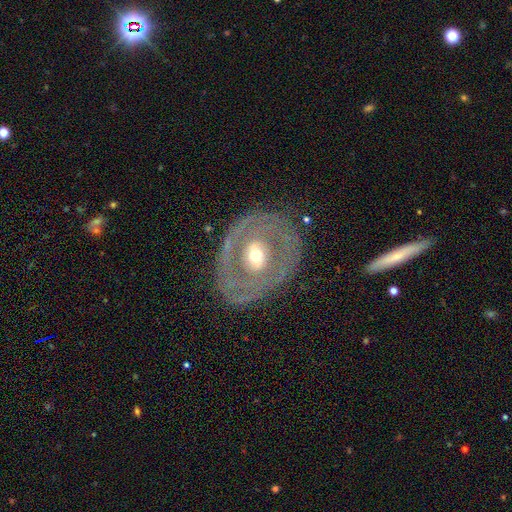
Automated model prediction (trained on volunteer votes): This appears to be a featured or disk galaxy (73%) with no bar (42%), no spiral arms (53%) and a moderate central bulge (63%). Merging: none (77%).